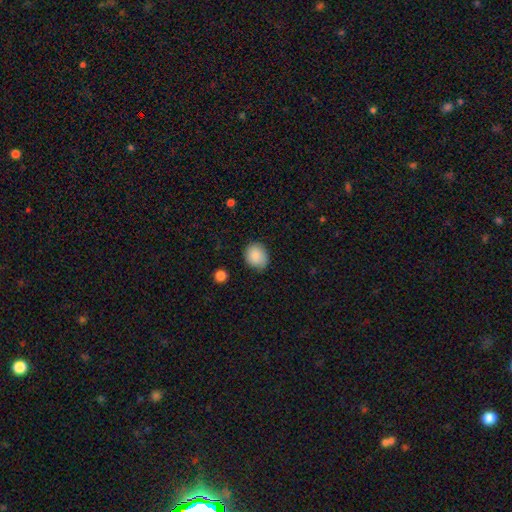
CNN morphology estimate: This appears to be a smooth galaxy with no disk features (88%) that is round (65%). Merging: none (80%).